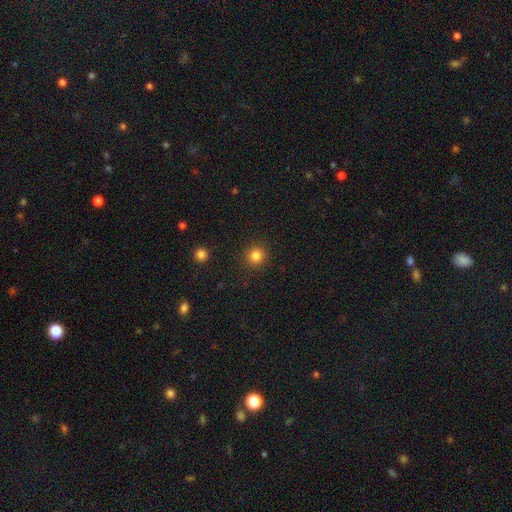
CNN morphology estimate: Smooth or featured?
  - smooth: 83% *
  - star or artifact: 12%
  - featured or disk: 5%
How rounded?
  - round: 92% *
  - in between: 7%
  - cigar-shaped: 1%
Merging?
  - none: 91% *
  - minor disturbance: 6%
  - major disturbance: 2%
  - merger: 1%